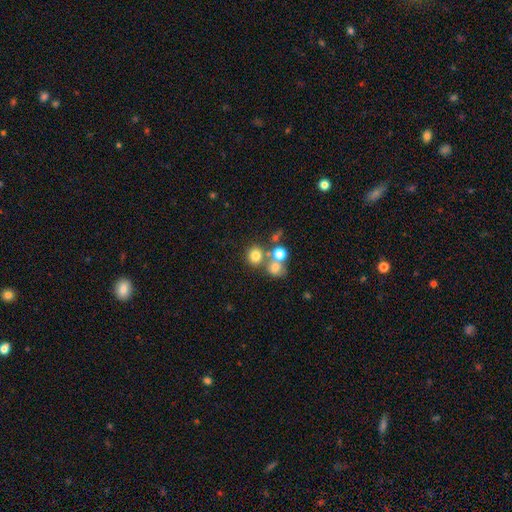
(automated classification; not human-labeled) smooth_or_featured: smooth (p=0.74) [alt: star or artifact p=0.15]
how_rounded: round (p=0.82) [alt: in between p=0.17]
merging: none (p=0.58) [alt: merger p=0.29]